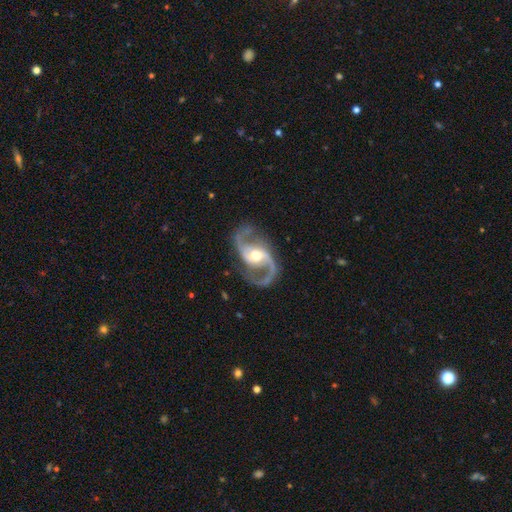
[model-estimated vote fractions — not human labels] Smooth or featured?
  - featured or disk: 93% *
  - star or artifact: 4%
  - smooth: 3%
Edge-on disk?
  - no: 98% *
  - yes: 2%
Bar?
  - weak: 39% *
  - no: 33%
  - strong: 28%
Spiral arms?
  - yes: 98% *
  - no: 2%
Spiral winding?
  - medium: 51% *
  - loose: 40%
  - tight: 9%
Spiral arm count?
  - 2: 95% *
  - can't tell: 1%
  - 1: 1%
  - 3: 1%
  - 4: 1%
  - more than 4: 1%
Bulge size?
  - moderate: 70% *
  - small: 21%
  - large: 7%
  - dominant: 1%
  - none: 1%
Merging?
  - none: 82% *
  - minor disturbance: 11%
  - major disturbance: 6%
  - merger: 1%